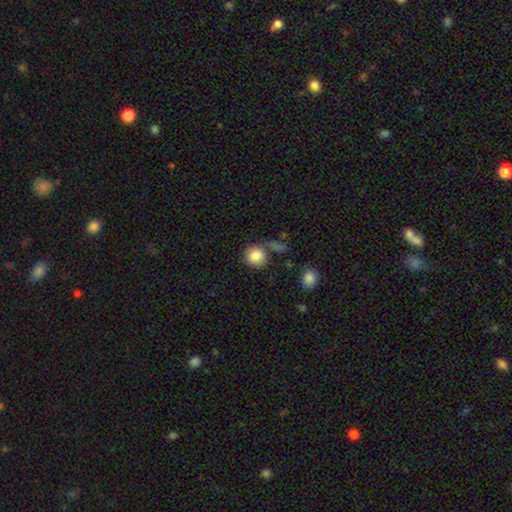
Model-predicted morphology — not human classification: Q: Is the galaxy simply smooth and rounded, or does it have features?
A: smooth — 86%.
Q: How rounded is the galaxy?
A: round — 85%.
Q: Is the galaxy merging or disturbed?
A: none — 70%.